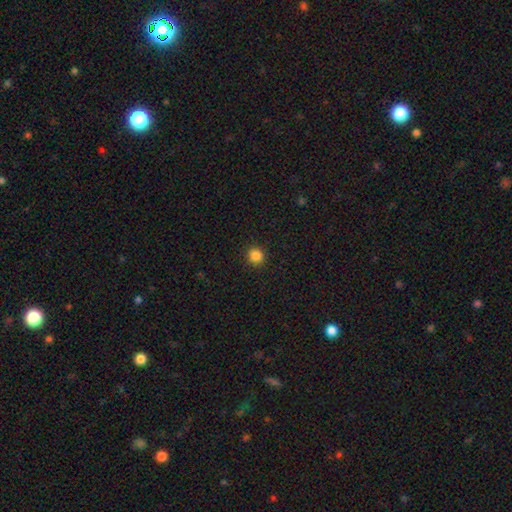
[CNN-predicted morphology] Q: Smooth or featured?
A: smooth (85%); runner-up: star or artifact (11%)
Q: How rounded?
A: round (94%); runner-up: in between (5%)
Q: Merging?
A: none (93%); runner-up: minor disturbance (5%)